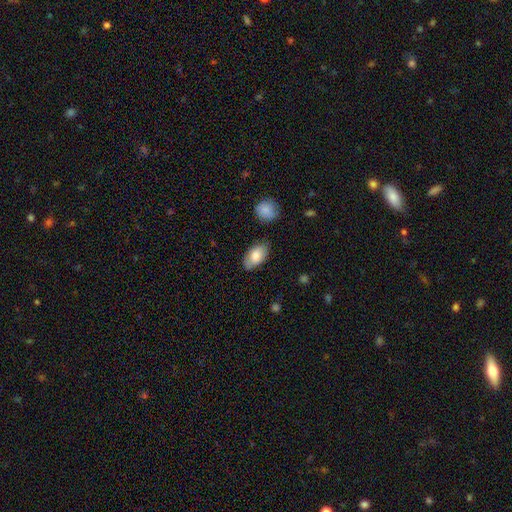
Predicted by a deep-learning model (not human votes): smooth 77%, featured or disk 17%, star or artifact 6%. Down the decision tree: how rounded — in between (93%); merging — none (75%).